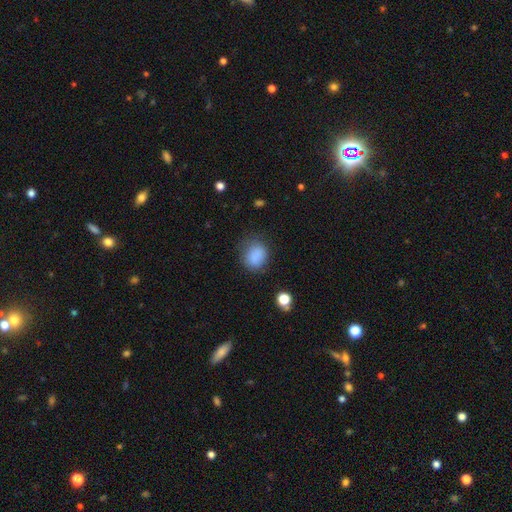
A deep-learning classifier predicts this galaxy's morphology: A smooth galaxy with no disk features (85%) that is round (57%).

Vote fractions:
- Smooth or featured? smooth: 85% / star or artifact: 10% / featured or disk: 5%
- How rounded? round: 57% / in between: 42% / cigar-shaped: 1%
- Merging? none: 69% / minor disturbance: 21% / major disturbance: 8% / merger: 2%